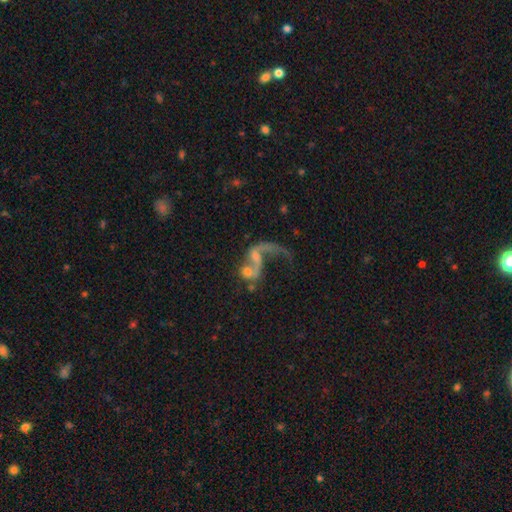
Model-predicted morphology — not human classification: type=featured or disk (65%); edge-on=no (96%); bar=no (65%); spiral arms=yes (68%); bulge=small (33%); merging=merger (53%).